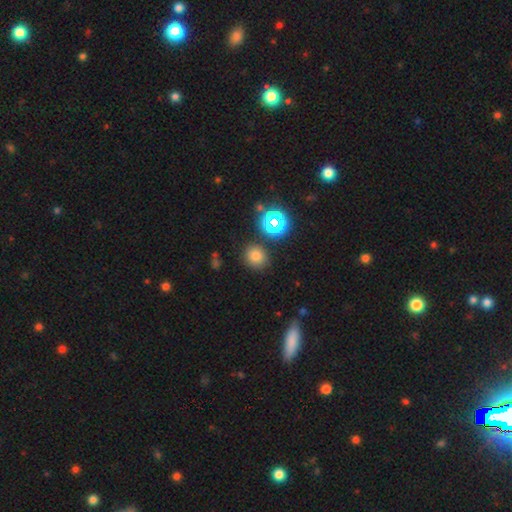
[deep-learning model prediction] Morphology: type=smooth (73%); roundness=round (85%); merging=none (84%).